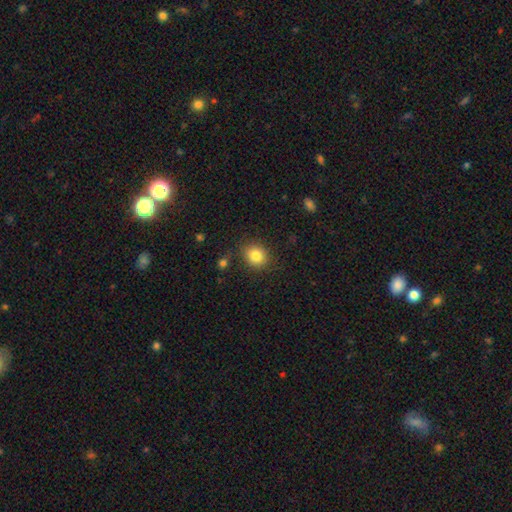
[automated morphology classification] Smooth or featured?
  - smooth: 83% *
  - star or artifact: 10%
  - featured or disk: 7%
How rounded?
  - round: 69% *
  - in between: 30%
  - cigar-shaped: 1%
Merging?
  - none: 83% *
  - minor disturbance: 11%
  - major disturbance: 3%
  - merger: 3%